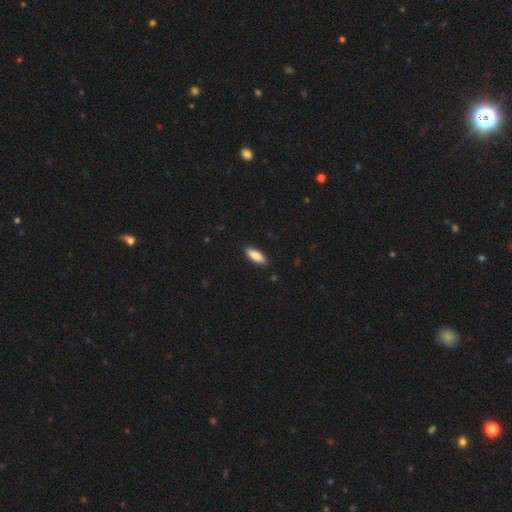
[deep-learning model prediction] Smooth or featured? smooth (86%)
How rounded? in between (65%)
Merging? none (88%)